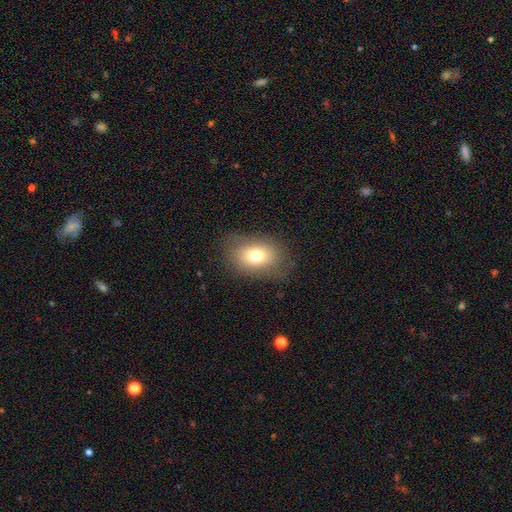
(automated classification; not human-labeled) smooth_or_featured: smooth (p=0.73) [alt: featured or disk p=0.16]
how_rounded: in between (p=0.77) [alt: round p=0.22]
merging: none (p=0.77) [alt: minor disturbance p=0.15]